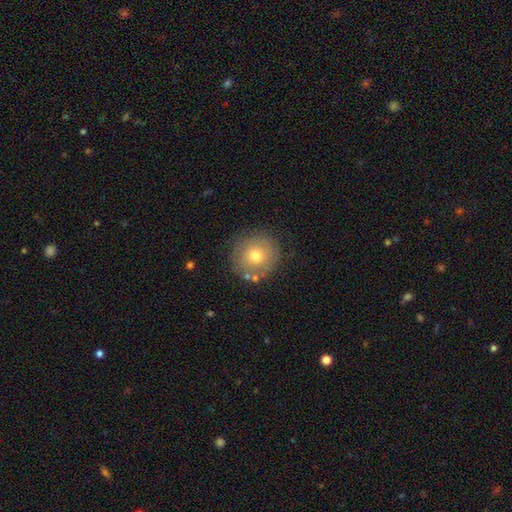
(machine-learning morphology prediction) Smooth or featured? Predicted: smooth (p=0.66). How rounded? Predicted: round (p=0.91). Merging? Predicted: none (p=0.80).